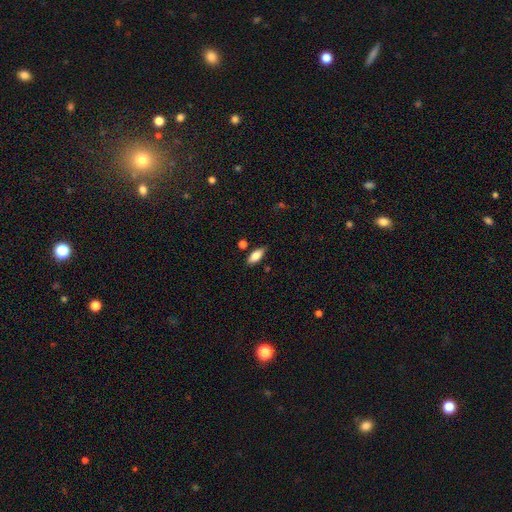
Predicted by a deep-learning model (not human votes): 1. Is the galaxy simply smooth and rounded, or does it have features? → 80% smooth, 13% featured or disk, 7% star or artifact.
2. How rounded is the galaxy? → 84% in between, 14% cigar-shaped, 2% round.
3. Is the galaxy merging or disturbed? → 82% none, 13% minor disturbance, 3% merger, 2% major disturbance.